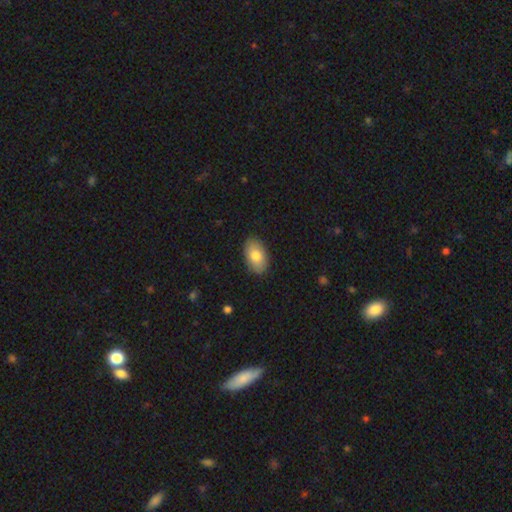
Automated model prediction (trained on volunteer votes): A smooth galaxy with no disk features (80%) that is in between round and cigar-shaped (93%).

Vote fractions:
- Smooth or featured? smooth: 80% / featured or disk: 14% / star or artifact: 6%
- How rounded? in between: 93% / round: 5% / cigar-shaped: 1%
- Merging? none: 88% / minor disturbance: 9% / major disturbance: 2% / merger: 1%